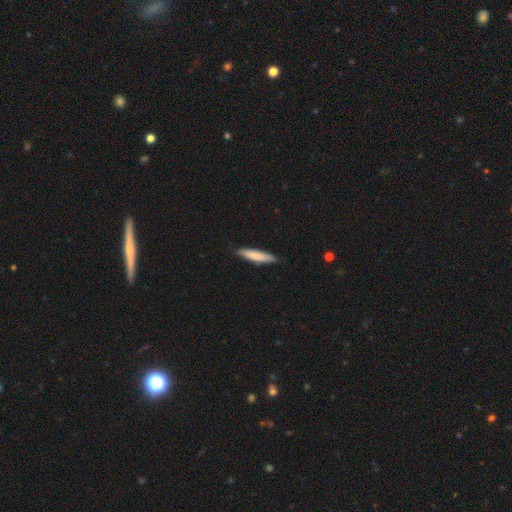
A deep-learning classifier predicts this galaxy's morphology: A smooth galaxy with no disk features (80%) that is cigar-shaped (83%). Merging: none (86%).